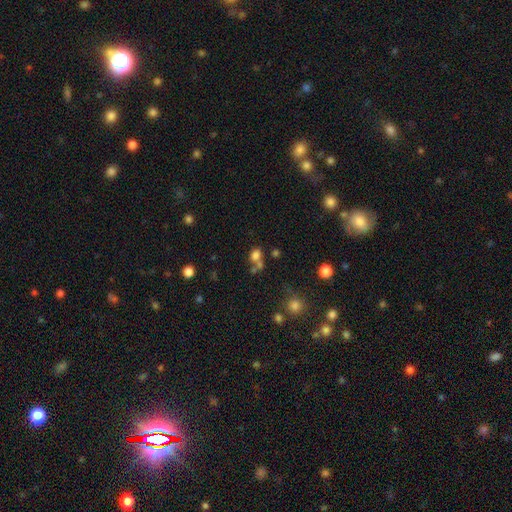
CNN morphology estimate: smooth-or-featured: smooth: 74% | star or artifact: 16% | featured or disk: 9%
  how-rounded: round: 57% | in between: 42% | cigar-shaped: 1%
  merging: none: 46% | merger: 37% | minor disturbance: 11% | major disturbance: 6%